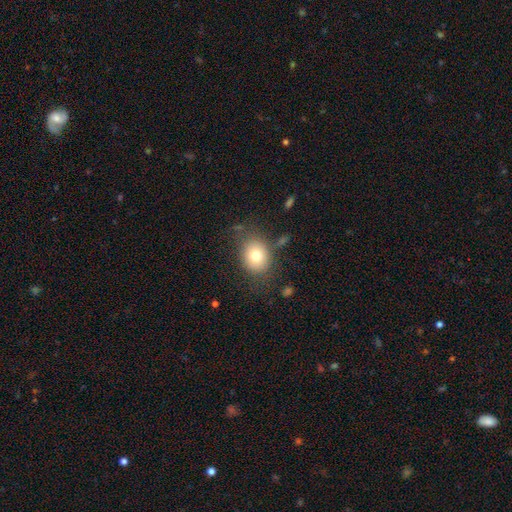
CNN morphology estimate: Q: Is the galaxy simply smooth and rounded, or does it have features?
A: smooth — 76%.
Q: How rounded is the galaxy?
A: round — 52%.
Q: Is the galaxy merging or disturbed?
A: none — 75%.